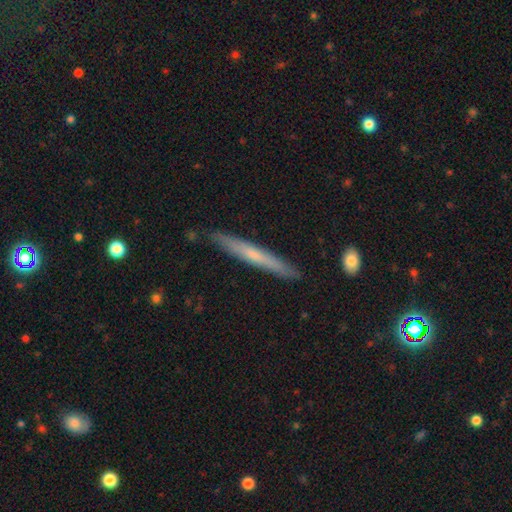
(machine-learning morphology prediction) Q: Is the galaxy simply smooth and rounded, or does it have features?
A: smooth — 53%.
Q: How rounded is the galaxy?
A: cigar-shaped — 96%.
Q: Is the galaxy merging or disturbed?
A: none — 89%.